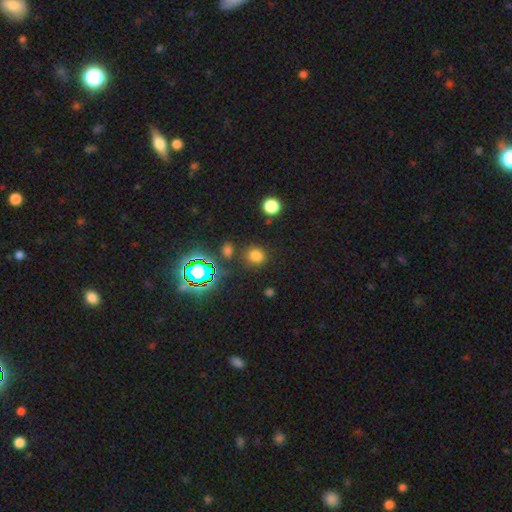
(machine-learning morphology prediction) Smooth or featured?
  - smooth: 71% *
  - star or artifact: 24%
  - featured or disk: 5%
How rounded?
  - round: 71% *
  - in between: 28%
  - cigar-shaped: 1%
Merging?
  - none: 82% *
  - minor disturbance: 10%
  - merger: 4%
  - major disturbance: 4%